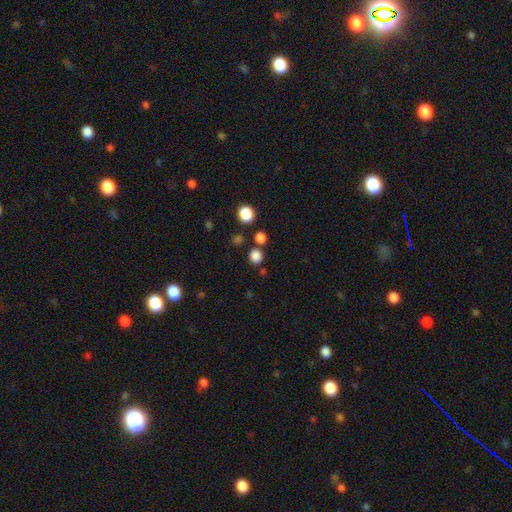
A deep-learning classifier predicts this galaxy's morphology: Smooth or featured?
  - smooth: 82% *
  - star or artifact: 14%
  - featured or disk: 4%
How rounded?
  - round: 85% *
  - in between: 14%
  - cigar-shaped: 1%
Merging?
  - none: 79% *
  - merger: 10%
  - minor disturbance: 8%
  - major disturbance: 3%